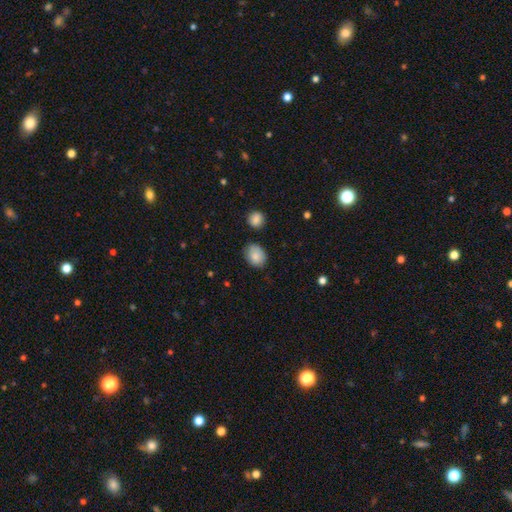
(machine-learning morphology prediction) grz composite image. It shows a smooth galaxy with no disk features (84%) that is in between round and cigar-shaped (60%). Merging: none (73%).